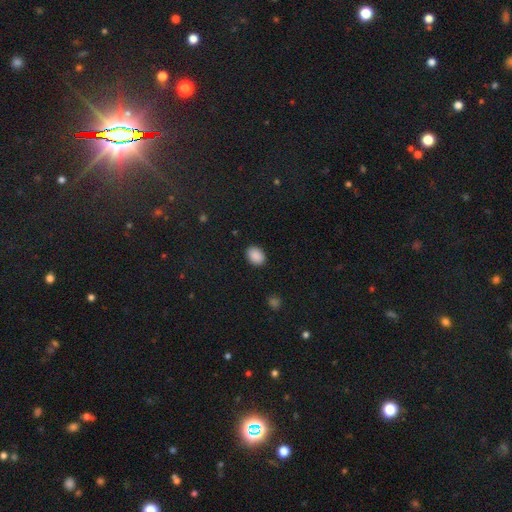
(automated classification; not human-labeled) smooth_or_featured: smooth (p=0.89) [alt: star or artifact p=0.08]
how_rounded: in between (p=0.74) [alt: round p=0.25]
merging: none (p=0.89) [alt: minor disturbance p=0.08]